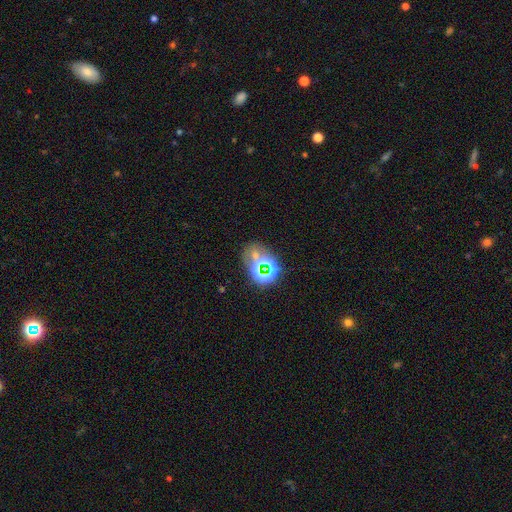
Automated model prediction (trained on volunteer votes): Overall: star or artifact (58%; smooth 28%).